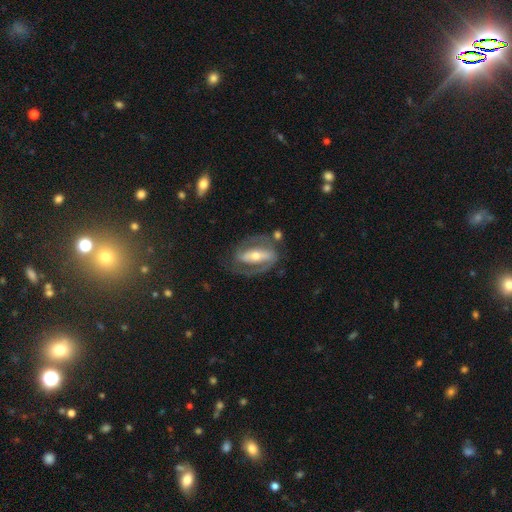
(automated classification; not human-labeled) A featured or disk galaxy (83%) with a strong bar (64%), 2 (84%) medium (44%) spiral arms (85%) and a moderate central bulge (53%). Merging: none (74%).